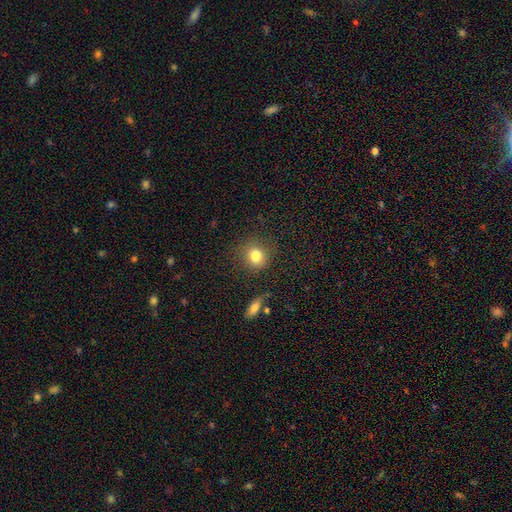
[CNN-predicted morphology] A smooth galaxy with no disk features (81%) that is round (79%).

Vote fractions:
- Smooth or featured? smooth: 81% / star or artifact: 11% / featured or disk: 8%
- How rounded? round: 79% / in between: 20% / cigar-shaped: 1%
- Merging? none: 82% / minor disturbance: 11% / major disturbance: 4% / merger: 3%